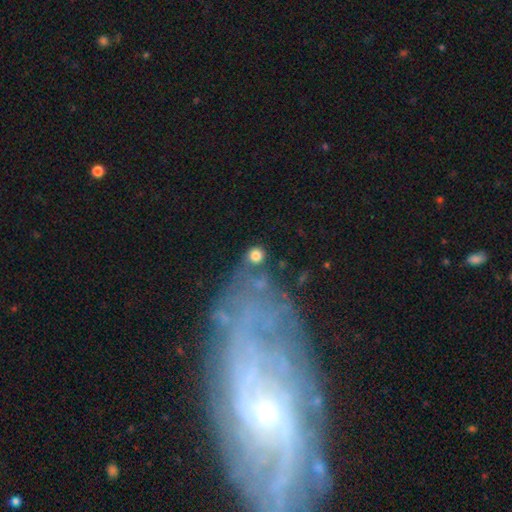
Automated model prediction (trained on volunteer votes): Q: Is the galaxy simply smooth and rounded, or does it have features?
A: smooth — 79%.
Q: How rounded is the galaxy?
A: round — 91%.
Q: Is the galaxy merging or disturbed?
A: none — 74%.